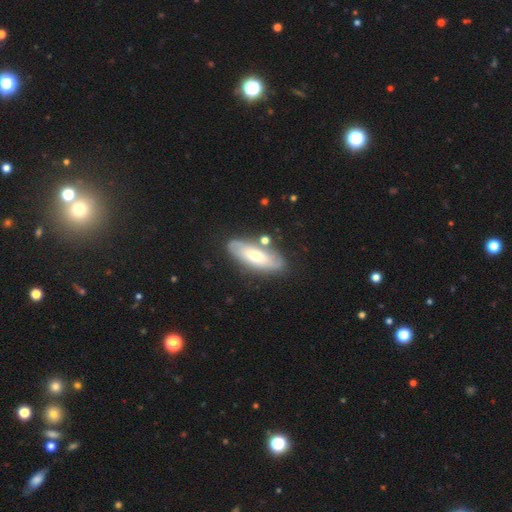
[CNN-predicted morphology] Q: Smooth or featured?
A: featured or disk (50%); runner-up: smooth (44%)
Q: Edge-on disk?
A: no (75%); runner-up: yes (25%)
Q: Merging?
A: none (75%); runner-up: minor disturbance (14%)